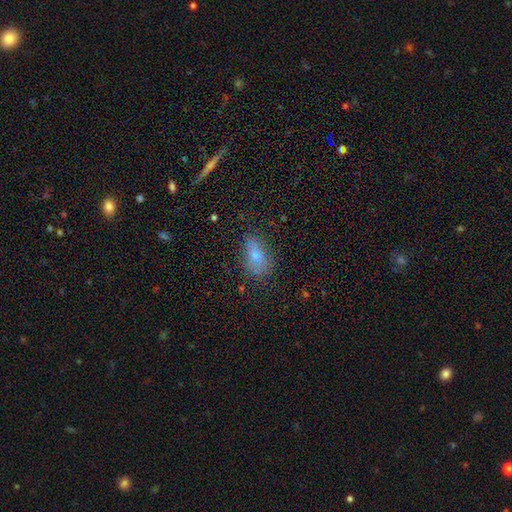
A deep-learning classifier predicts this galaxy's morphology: This is likely a smooth galaxy (69%). How rounded: clearly in between (84%). Merging: likely none (67%).